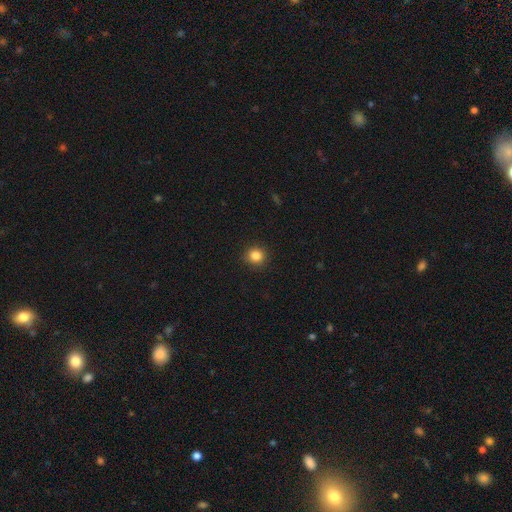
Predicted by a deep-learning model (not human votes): This appears to be a smooth galaxy with no disk features (85%) that is round (92%). Merging: none (91%).